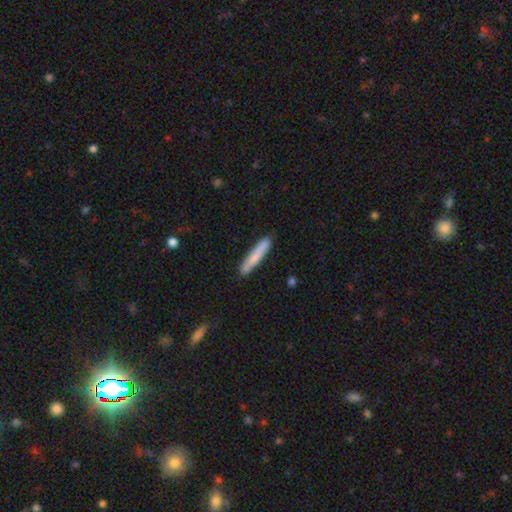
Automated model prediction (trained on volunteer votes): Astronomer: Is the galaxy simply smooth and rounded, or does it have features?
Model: smooth — 75%.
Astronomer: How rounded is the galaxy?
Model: cigar-shaped — 94%.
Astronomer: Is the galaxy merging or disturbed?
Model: none — 88%.